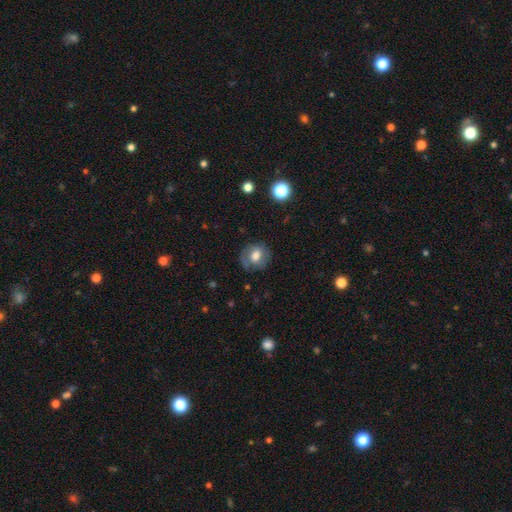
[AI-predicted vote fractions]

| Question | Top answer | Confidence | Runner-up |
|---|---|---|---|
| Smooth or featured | smooth | 65% | featured or disk (26%) |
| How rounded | round | 75% | in between (24%) |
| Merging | none | 76% | minor disturbance (17%) |